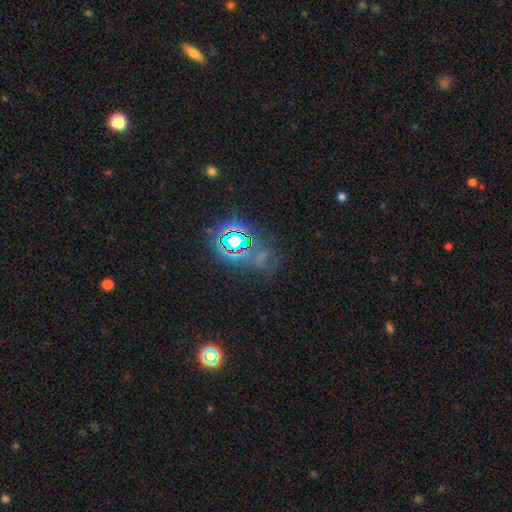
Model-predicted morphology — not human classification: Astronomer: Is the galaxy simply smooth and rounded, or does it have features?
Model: star or artifact — 74%.